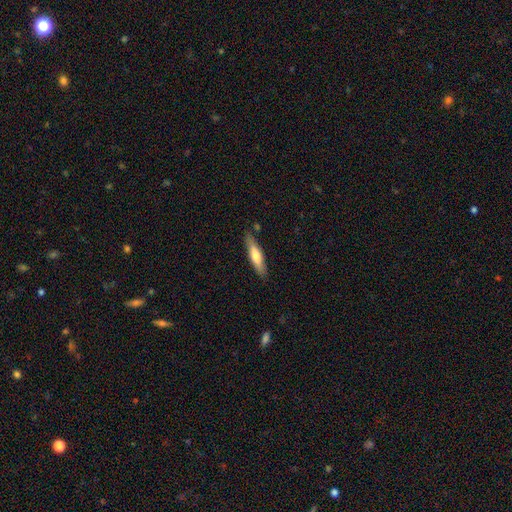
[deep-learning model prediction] Q: Smooth or featured?
A: smooth (62%); runner-up: featured or disk (32%)
Q: How rounded?
A: cigar-shaped (77%); runner-up: in between (22%)
Q: Merging?
A: none (83%); runner-up: minor disturbance (12%)